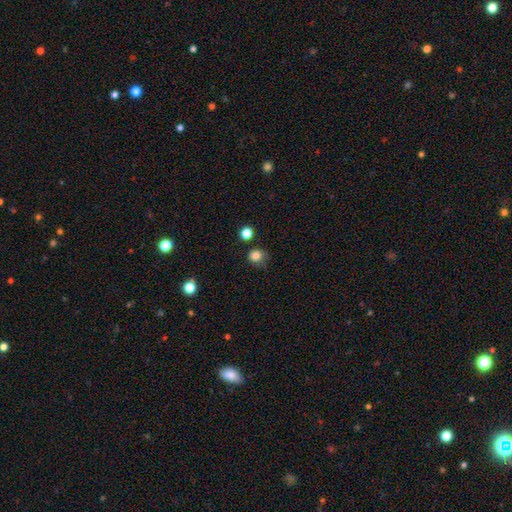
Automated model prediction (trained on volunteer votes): smooth 83%, star or artifact 12%, featured or disk 5%. Down the decision tree: how rounded — round (83%); merging — none (68%).